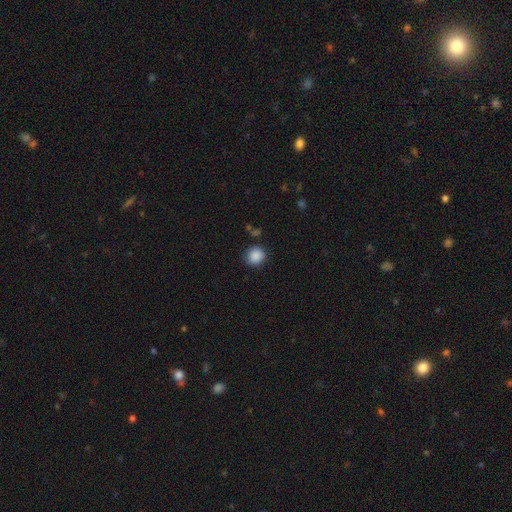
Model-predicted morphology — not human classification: Smooth or featured? Predicted: smooth (p=0.88). How rounded? Predicted: round (p=0.89). Merging? Predicted: none (p=0.84).